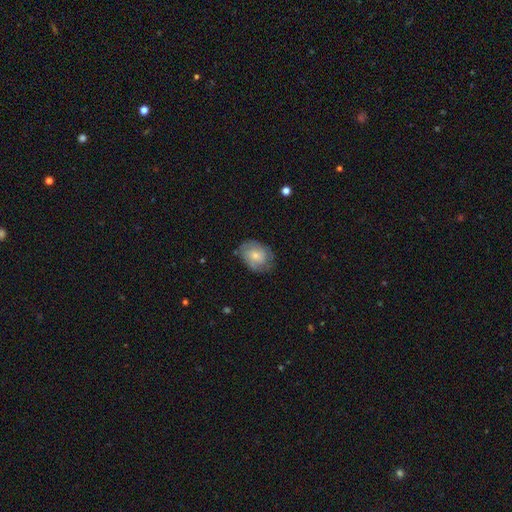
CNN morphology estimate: Smooth or featured? featured or disk (58%)
Edge-on disk? no (97%)
Bar? no (73%)
Spiral arms? yes (85%)
Bulge size? small (50%)
Merging? none (69%)